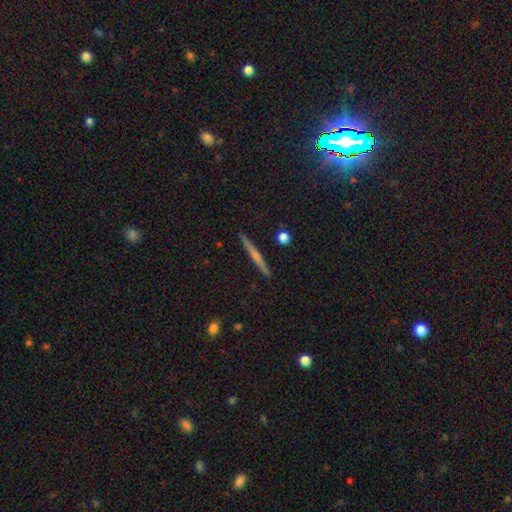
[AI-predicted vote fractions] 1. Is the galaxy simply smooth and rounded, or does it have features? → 61% featured or disk, 31% smooth, 8% star or artifact.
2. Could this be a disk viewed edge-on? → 98% yes, 2% no.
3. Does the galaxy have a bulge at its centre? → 59% rounded, 36% none, 6% boxy.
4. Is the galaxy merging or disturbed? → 92% none, 5% minor disturbance, 1% merger, 1% major disturbance.